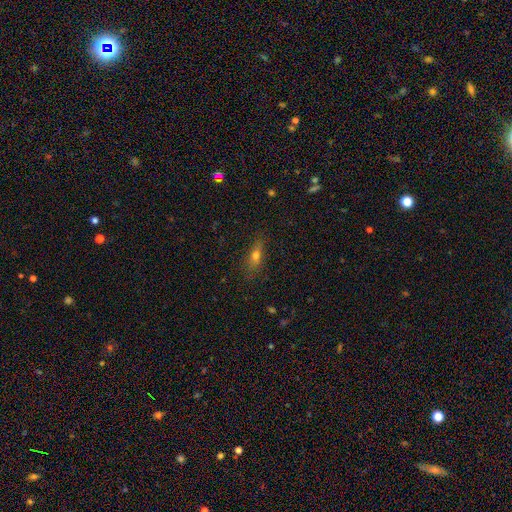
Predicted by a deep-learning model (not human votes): The model was most divided on "how rounded": in between: 53%, cigar-shaped: 39%, round: 7%. More confident: merging — none (79%); smooth or featured — smooth (63%).